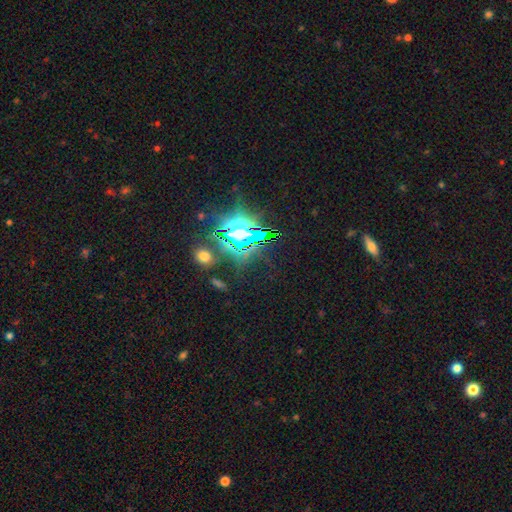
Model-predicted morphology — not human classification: Smooth or featured? star or artifact (80%)